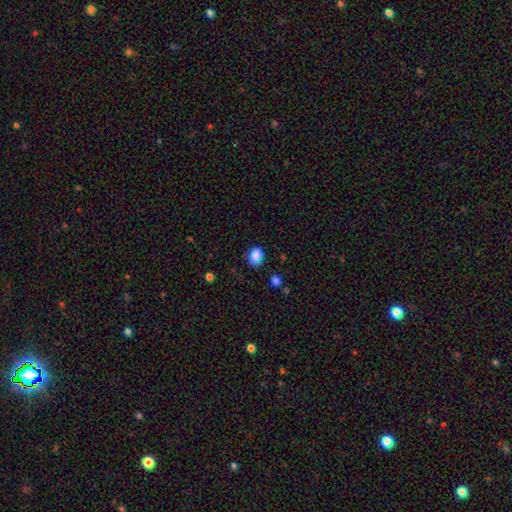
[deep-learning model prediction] A smooth galaxy with no disk features (86%) that is in between round and cigar-shaped (57%). Merging: none (78%).